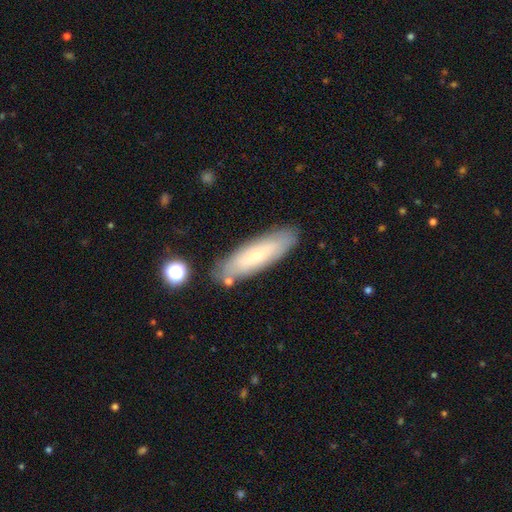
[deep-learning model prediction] Q: Smooth or featured?
A: smooth (59%); runner-up: featured or disk (35%)
Q: How rounded?
A: cigar-shaped (59%); runner-up: in between (39%)
Q: Merging?
A: none (82%); runner-up: minor disturbance (12%)